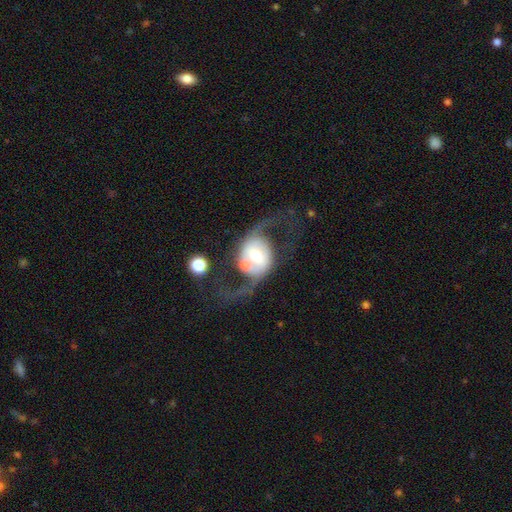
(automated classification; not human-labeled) smooth-or-featured: featured or disk: 75% | smooth: 19% | star or artifact: 6%
  disk-edge-on: no: 96% | yes: 4%
    bar: no: 45% | weak: 36% | strong: 19%
    has-spiral-arms: yes: 79% | no: 21%
      spiral-winding: loose: 71% | medium: 23% | tight: 5%
      spiral-arm-count: 2: 88% | can't tell: 5% | 1: 4% | 3: 1% | 4: 1% | more than 4: 1%
    bulge-size: moderate: 62% | small: 17% | large: 16% | dominant: 4% | none: 2%
  merging: none: 39% | major disturbance: 28% | merger: 18% | minor disturbance: 15%